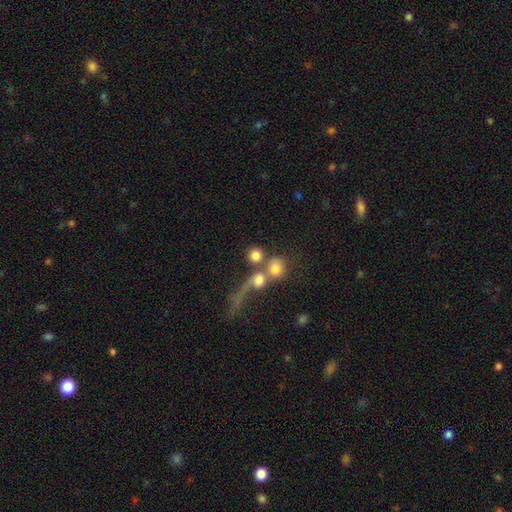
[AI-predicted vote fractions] A smooth galaxy with no disk features (76%) that is round (87%).

Vote fractions:
- Smooth or featured? smooth: 76% / featured or disk: 13% / star or artifact: 11%
- How rounded? round: 87% / in between: 10% / cigar-shaped: 2%
- Merging? none: 44% / merger: 39% / major disturbance: 10% / minor disturbance: 7%